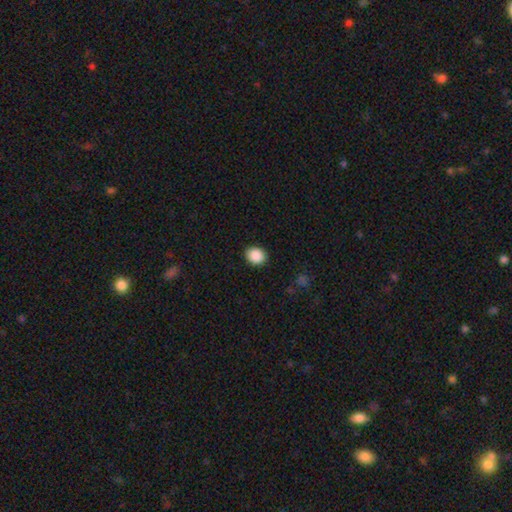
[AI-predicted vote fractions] A smooth galaxy with no disk features (90%) that is round (58%). Merging: none (89%).